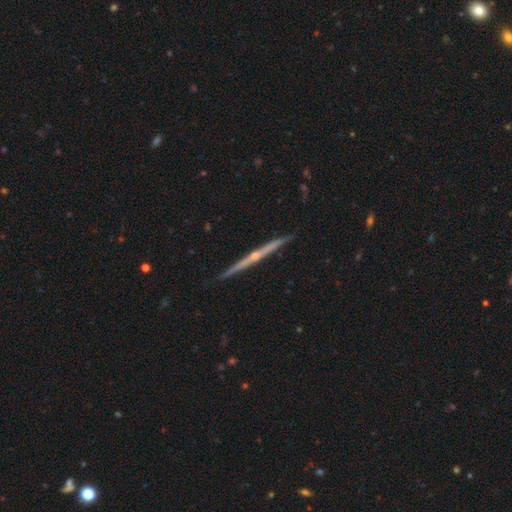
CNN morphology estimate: A featured or disk galaxy (82%) viewed edge-on (98%) with a rounded central bulge (73%).

Vote fractions:
- Smooth or featured? featured or disk: 82% / smooth: 13% / star or artifact: 5%
- Edge-on disk? yes: 98% / no: 2%
- Edge-on bulge? rounded: 73% / none: 23% / boxy: 4%
- Merging? none: 91% / minor disturbance: 6% / major disturbance: 1% / merger: 1%